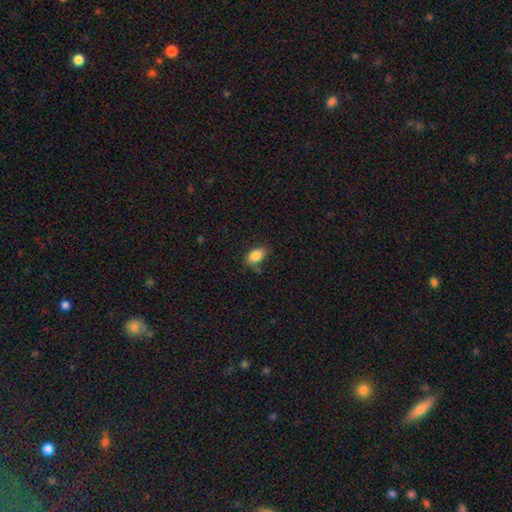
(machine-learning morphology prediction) Smooth or featured? Predicted: smooth (p=0.86). How rounded? Predicted: in between (p=0.87). Merging? Predicted: none (p=0.73).